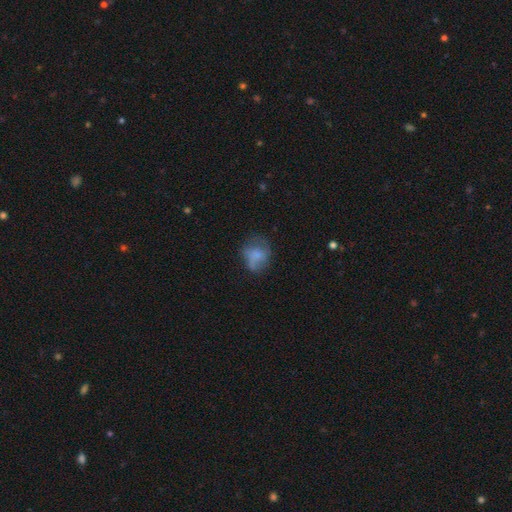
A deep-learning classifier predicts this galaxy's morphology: Smooth or featured? smooth (64%)
How rounded? round (57%)
Merging? none (44%)